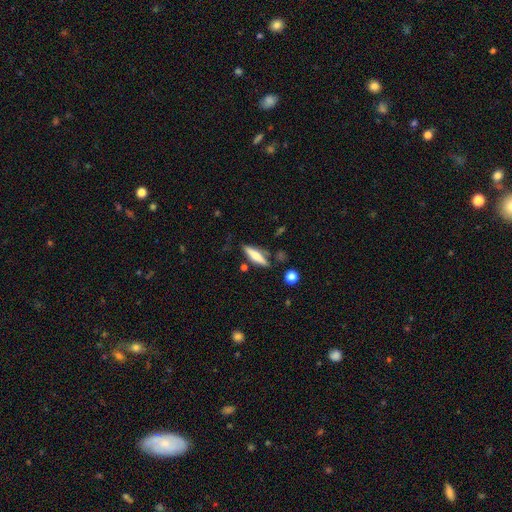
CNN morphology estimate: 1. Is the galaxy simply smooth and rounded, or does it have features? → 52% smooth, 41% featured or disk, 7% star or artifact.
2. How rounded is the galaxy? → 74% cigar-shaped, 24% in between, 2% round.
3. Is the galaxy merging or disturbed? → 73% none, 16% minor disturbance, 7% merger, 5% major disturbance.